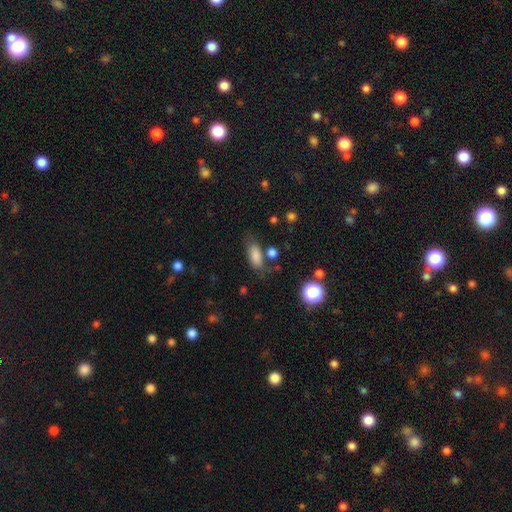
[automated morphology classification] Smooth or featured: smooth — 81% (star or artifact — 10%)
How rounded: in between — 82% (cigar-shaped — 13%)
Merging: none — 63% (minor disturbance — 20%)